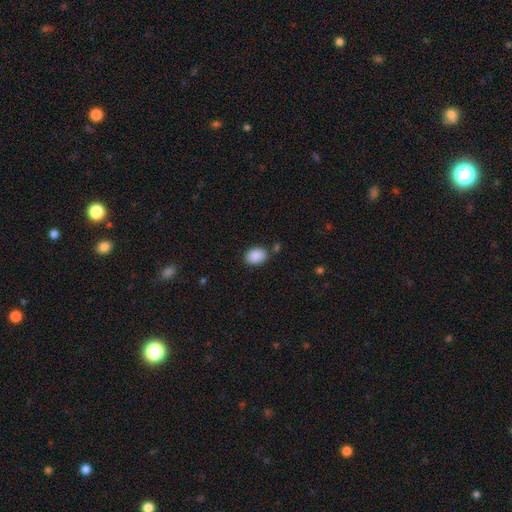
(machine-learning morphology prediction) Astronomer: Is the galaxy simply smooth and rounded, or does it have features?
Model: smooth — 90%.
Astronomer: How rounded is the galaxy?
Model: in between — 80%.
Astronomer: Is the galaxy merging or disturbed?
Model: none — 78%.